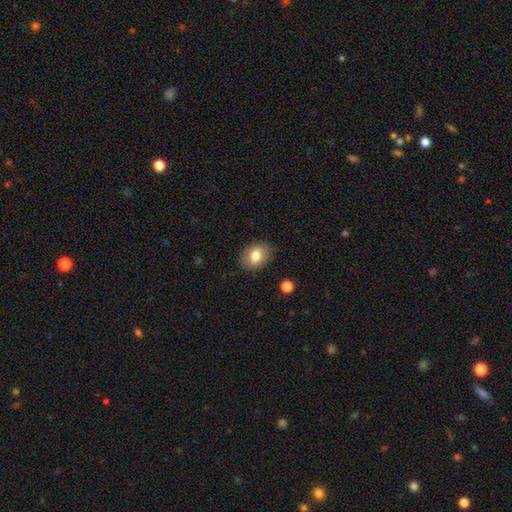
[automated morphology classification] smooth_or_featured: smooth (p=0.80) [alt: featured or disk p=0.12]
how_rounded: in between (p=0.67) [alt: round p=0.32]
merging: none (p=0.85) [alt: minor disturbance p=0.11]